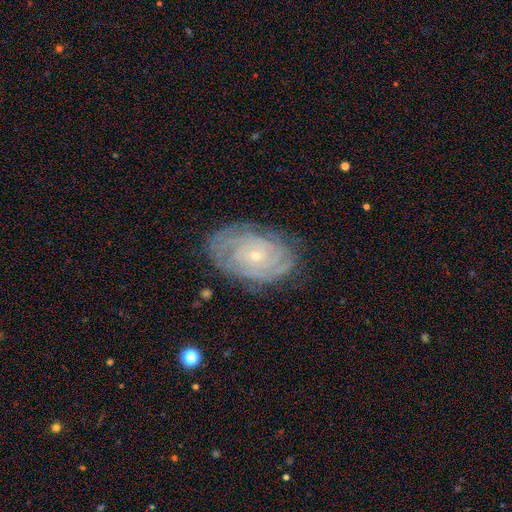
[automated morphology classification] A featured or disk galaxy (83%) with no bar (77%), tight (82%) spiral arms (95%) and a small central bulge (83%). Merging: none (79%).